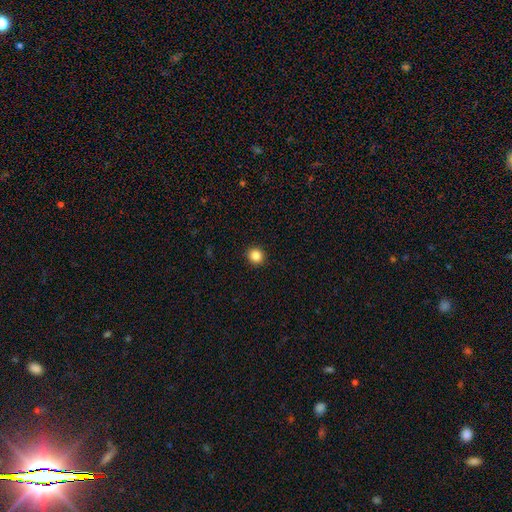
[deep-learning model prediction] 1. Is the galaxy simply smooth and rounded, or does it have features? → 85% smooth, 10% star or artifact, 4% featured or disk.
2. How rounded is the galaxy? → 91% round, 8% in between, 1% cigar-shaped.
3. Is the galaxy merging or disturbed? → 93% none, 4% minor disturbance, 2% major disturbance, 1% merger.